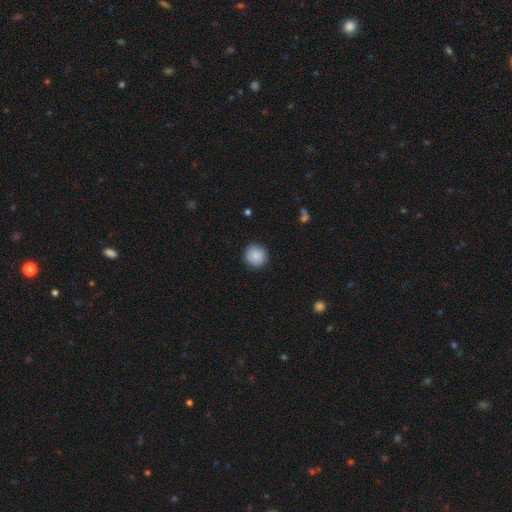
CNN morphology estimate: A smooth galaxy with no disk features (87%) that is round (92%).

Vote fractions:
- Smooth or featured? smooth: 87% / star or artifact: 8% / featured or disk: 5%
- How rounded? round: 92% / in between: 7% / cigar-shaped: 1%
- Merging? none: 89% / minor disturbance: 8% / major disturbance: 2% / merger: 1%